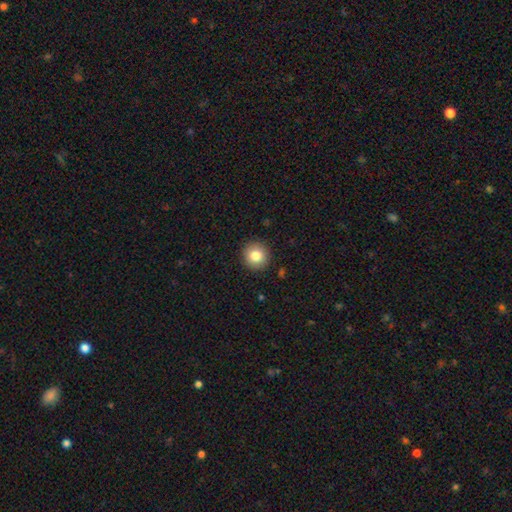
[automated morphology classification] The model was most divided on "smooth or featured": smooth: 83%, star or artifact: 10%, featured or disk: 8%. More confident: how rounded — round (93%); merging — none (92%).